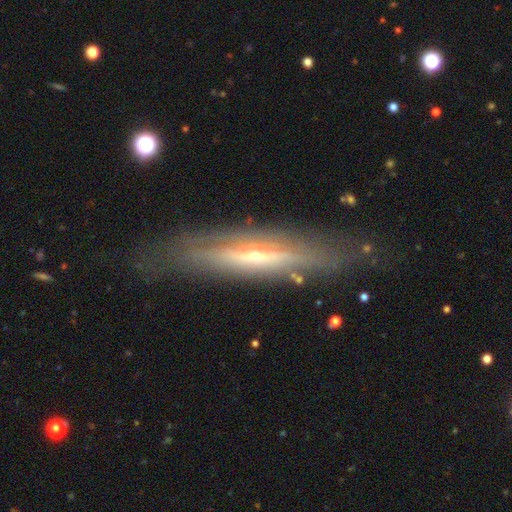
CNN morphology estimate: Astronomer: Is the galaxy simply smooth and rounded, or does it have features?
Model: featured or disk — 73%.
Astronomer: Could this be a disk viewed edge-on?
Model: yes — 86%.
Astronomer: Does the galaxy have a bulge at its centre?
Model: rounded — 68%.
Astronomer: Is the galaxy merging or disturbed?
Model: none — 77%.